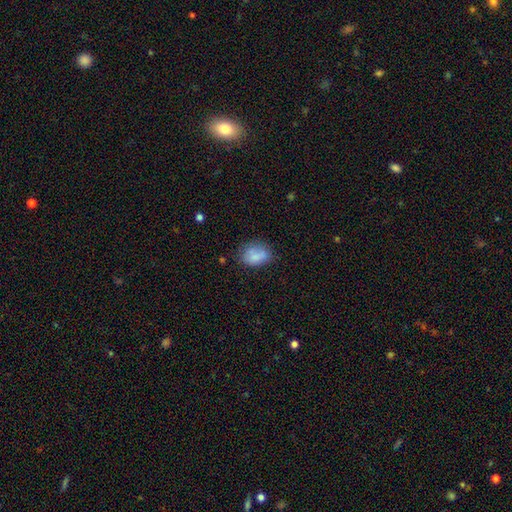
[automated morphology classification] Smooth or featured?
  - smooth: 78% *
  - featured or disk: 13%
  - star or artifact: 9%
How rounded?
  - in between: 73% *
  - round: 25%
  - cigar-shaped: 2%
Merging?
  - none: 57% *
  - minor disturbance: 26%
  - merger: 9%
  - major disturbance: 8%